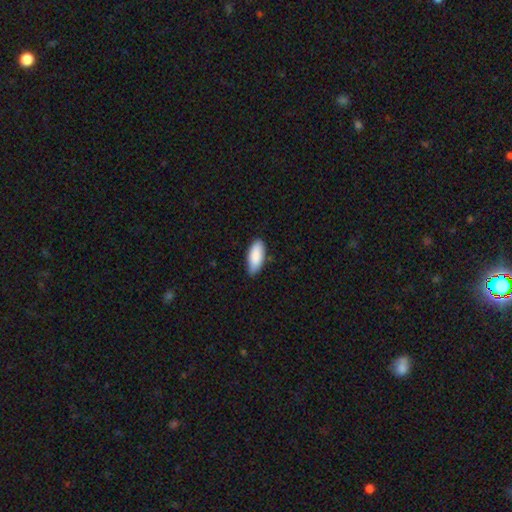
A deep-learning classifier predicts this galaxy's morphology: Smooth or featured?
  - smooth: 89% *
  - star or artifact: 6%
  - featured or disk: 5%
How rounded?
  - in between: 86% *
  - cigar-shaped: 13%
  - round: 2%
Merging?
  - none: 76% *
  - minor disturbance: 20%
  - major disturbance: 2%
  - merger: 1%